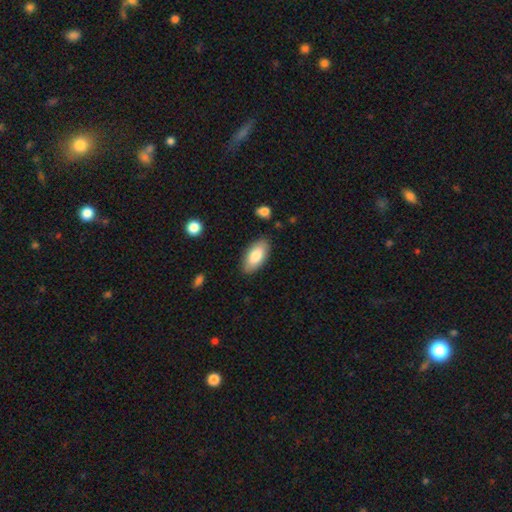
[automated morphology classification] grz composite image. It shows a smooth galaxy with no disk features (81%) that is in between round and cigar-shaped (92%). Merging: none (86%).